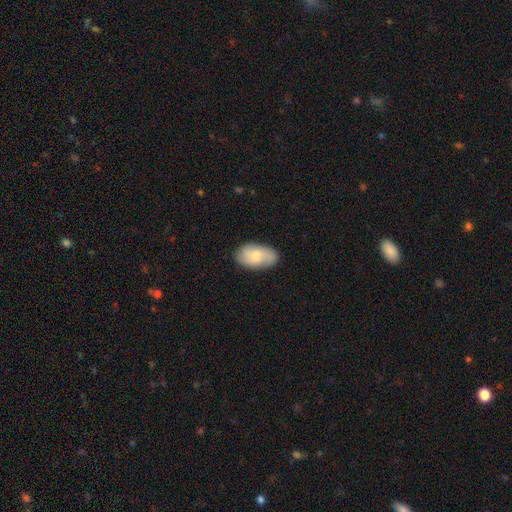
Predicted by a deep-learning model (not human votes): The model was most divided on "smooth or featured": smooth: 66%, featured or disk: 27%, star or artifact: 6%. More confident: how rounded — in between (93%); merging — none (80%).